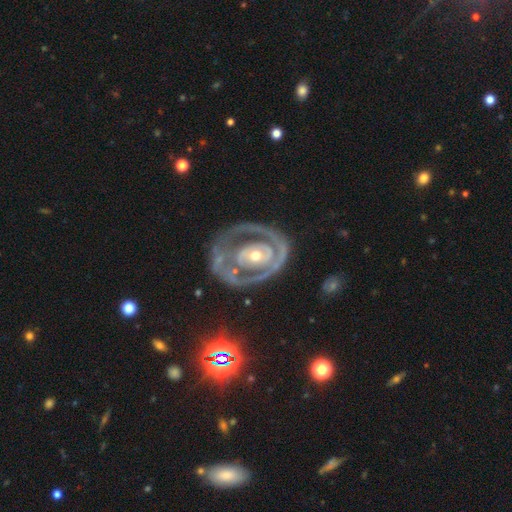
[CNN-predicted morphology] type=featured or disk (82%); edge-on=no (96%); bar=no (73%); spiral arms=yes (58%); bulge=moderate (57%); merging=none (54%).